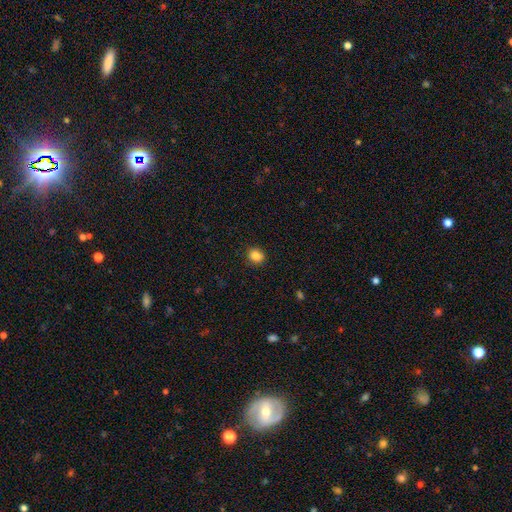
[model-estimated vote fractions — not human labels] Smooth or featured? Predicted: smooth (p=0.86). How rounded? Predicted: round (p=0.59). Merging? Predicted: none (p=0.89).